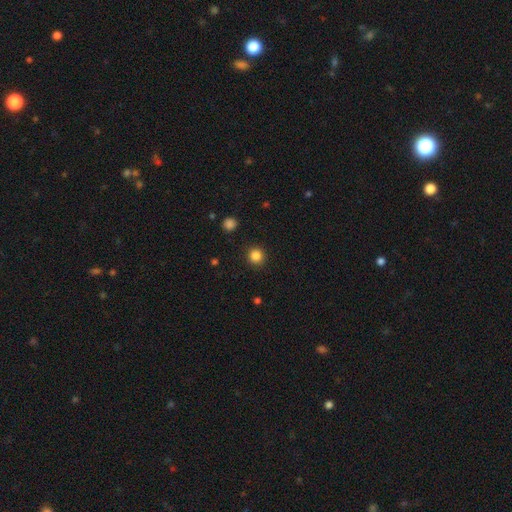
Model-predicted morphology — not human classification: smooth_or_featured: smooth (p=0.85) [alt: star or artifact p=0.12]
how_rounded: round (p=0.94) [alt: in between p=0.05]
merging: none (p=0.91) [alt: minor disturbance p=0.05]